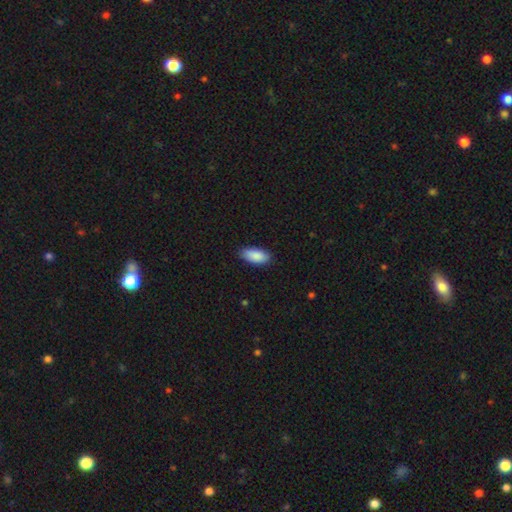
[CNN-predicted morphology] smooth-or-featured: smooth: 89% | star or artifact: 6% | featured or disk: 5%
  how-rounded: in between: 90% | cigar-shaped: 8% | round: 2%
  merging: none: 86% | minor disturbance: 12% | major disturbance: 2% | merger: 1%